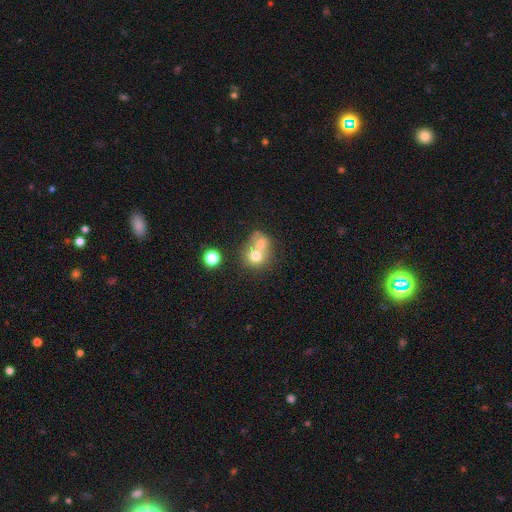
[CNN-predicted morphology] This is likely a smooth galaxy (67%). How rounded: likely round (70%). Merging: likely merger (65%).